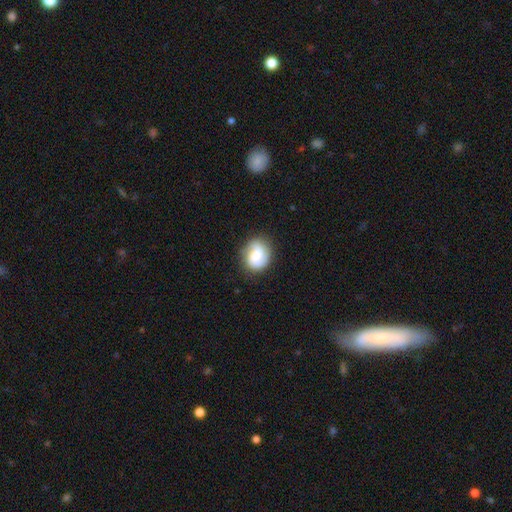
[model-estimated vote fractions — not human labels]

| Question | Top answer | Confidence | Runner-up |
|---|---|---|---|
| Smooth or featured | featured or disk | 65% | smooth (28%) |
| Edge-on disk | no | 98% | yes (2%) |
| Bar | no | 47% | weak (43%) |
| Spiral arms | yes | 94% | no (6%) |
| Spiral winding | medium | 46% | loose (28%) |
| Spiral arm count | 2 | 83% | 1 (7%) |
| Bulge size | moderate | 52% | small (27%) |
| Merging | none | 81% | minor disturbance (14%) |